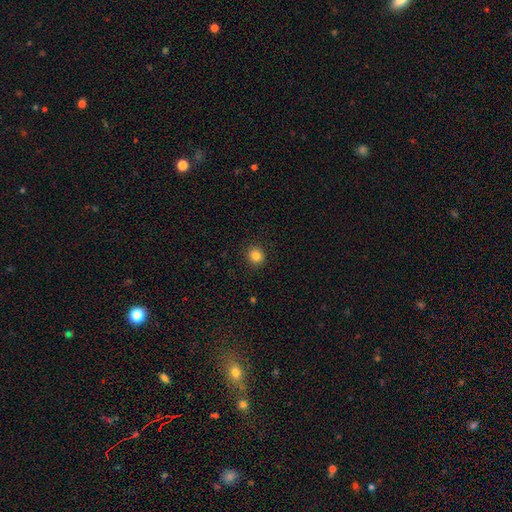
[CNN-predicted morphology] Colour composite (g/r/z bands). It shows a smooth galaxy with no disk features (84%) that is round (88%). Merging: none (92%).